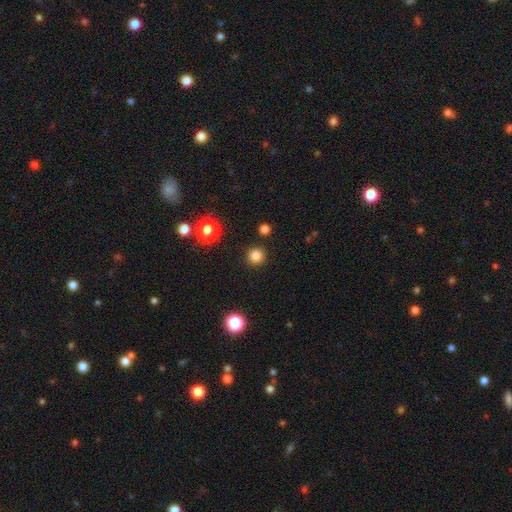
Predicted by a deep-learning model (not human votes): Smooth or featured? Predicted: smooth (p=0.83). How rounded? Predicted: round (p=0.95). Merging? Predicted: none (p=0.91).